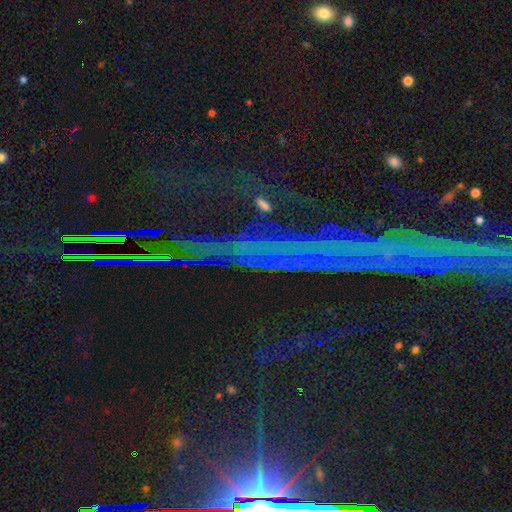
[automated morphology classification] A star or artifact, not a galaxy (86%).

Vote fractions:
- Smooth or featured? star or artifact: 86% / featured or disk: 8% / smooth: 6%